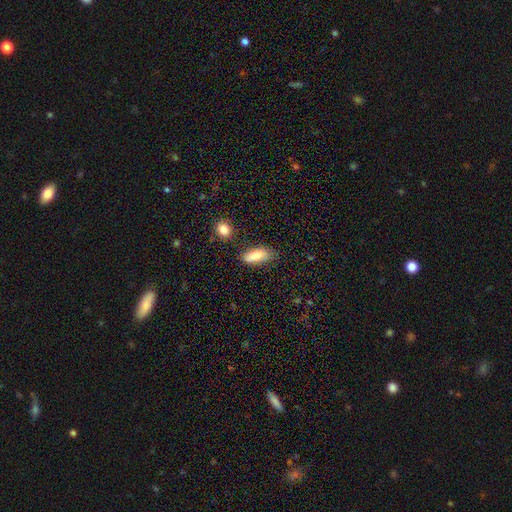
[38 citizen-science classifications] This appears to be a smooth galaxy with no disk features (95%) that is in between round and cigar-shaped (69%). Merging: none (68%).